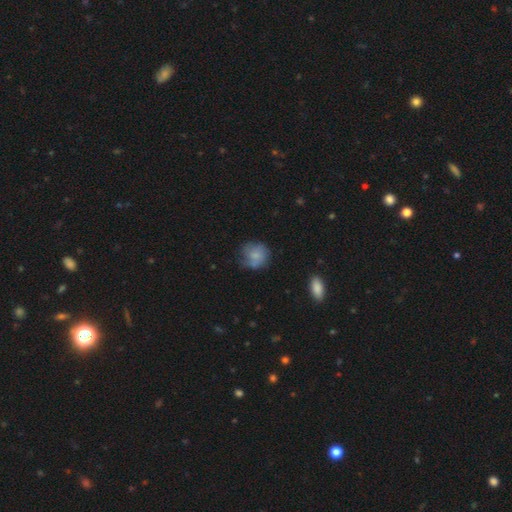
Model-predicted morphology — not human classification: Smooth or featured?
  - smooth: 68% *
  - featured or disk: 24%
  - star or artifact: 8%
How rounded?
  - round: 79% *
  - in between: 20%
  - cigar-shaped: 1%
Merging?
  - none: 55% *
  - minor disturbance: 29%
  - major disturbance: 13%
  - merger: 3%